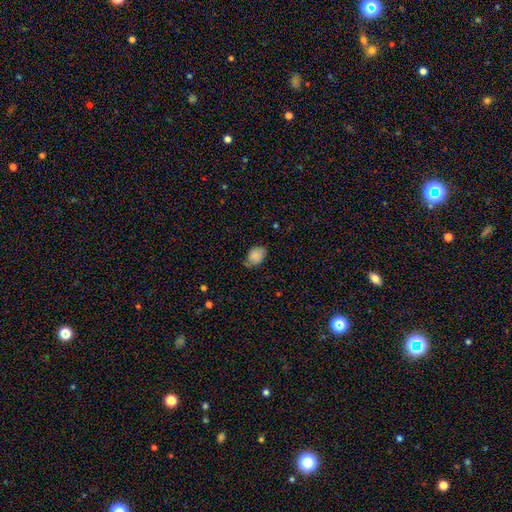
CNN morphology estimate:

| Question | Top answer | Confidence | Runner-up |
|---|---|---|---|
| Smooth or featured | smooth | 86% | star or artifact (9%) |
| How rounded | in between | 72% | round (26%) |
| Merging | none | 62% | minor disturbance (30%) |